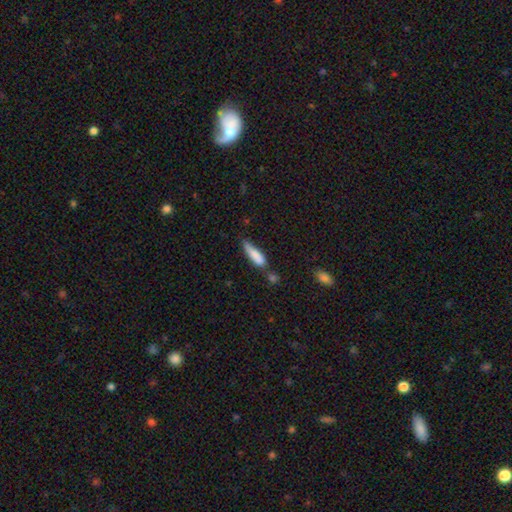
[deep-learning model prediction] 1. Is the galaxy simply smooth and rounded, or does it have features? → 81% smooth, 12% featured or disk, 7% star or artifact.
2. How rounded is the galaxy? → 68% cigar-shaped, 30% in between, 2% round.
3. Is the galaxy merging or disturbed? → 43% none, 32% minor disturbance, 15% merger, 10% major disturbance.